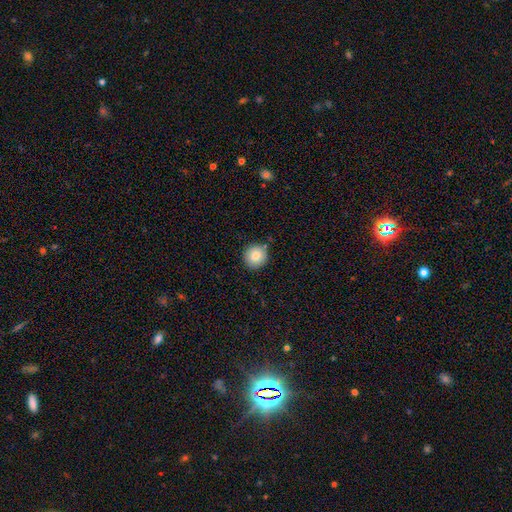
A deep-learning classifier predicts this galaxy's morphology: A smooth galaxy with no disk features (83%) that is round (95%).

Vote fractions:
- Smooth or featured? smooth: 83% / star or artifact: 9% / featured or disk: 8%
- How rounded? round: 95% / in between: 4% / cigar-shaped: 1%
- Merging? none: 86% / minor disturbance: 9% / merger: 3% / major disturbance: 2%